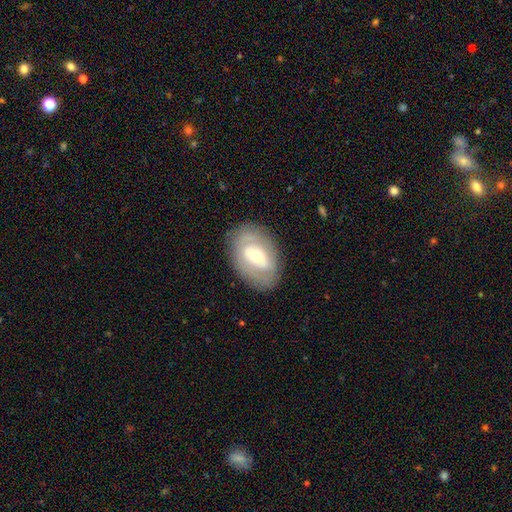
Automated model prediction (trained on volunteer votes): Smooth or featured? Predicted: featured or disk (p=0.61). Edge-on disk? Predicted: no (p=0.92). Bar? Predicted: weak (p=0.41). Spiral arms? Predicted: no (p=0.51). Bulge size? Predicted: moderate (p=0.64). Merging? Predicted: none (p=0.80).